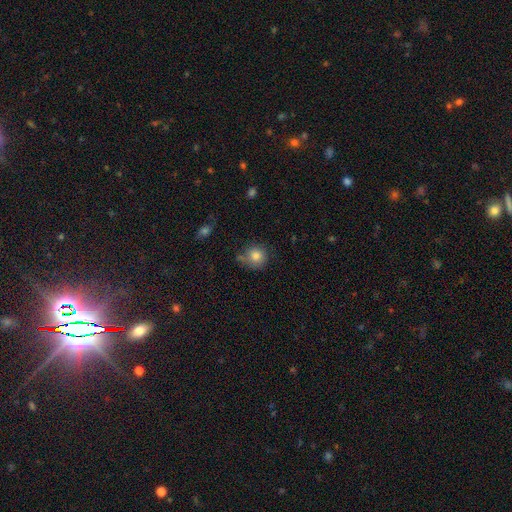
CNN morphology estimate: This appears to be a smooth galaxy with no disk features (82%) that is round (89%). Merging: none (66%).